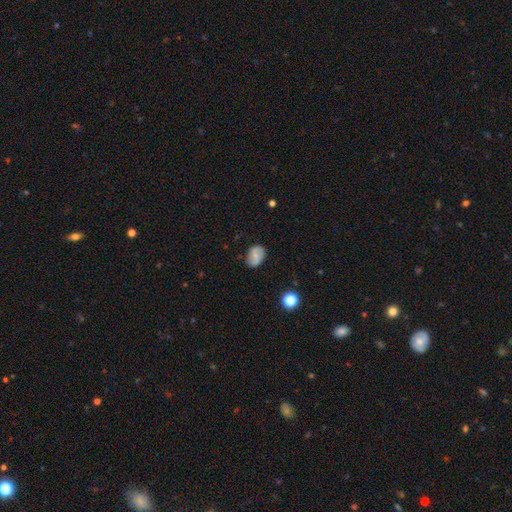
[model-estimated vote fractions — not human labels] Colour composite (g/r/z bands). It shows a smooth galaxy with no disk features (54%) that is in between round and cigar-shaped (72%). Merging: none (74%).